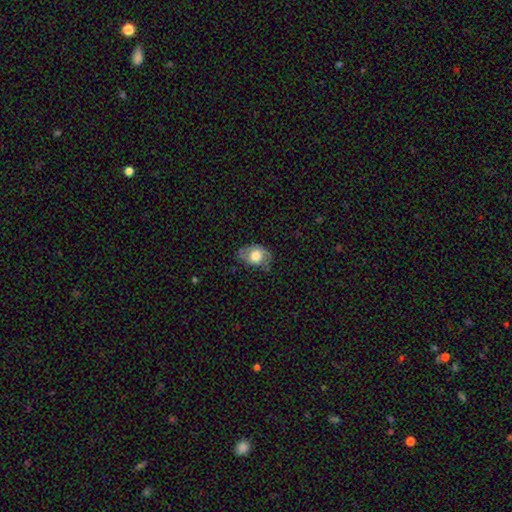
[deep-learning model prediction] Overall: smooth (58%; featured or disk 34%). How rounded: in between (77%). Merging: none (61%; minor disturbance 28%).